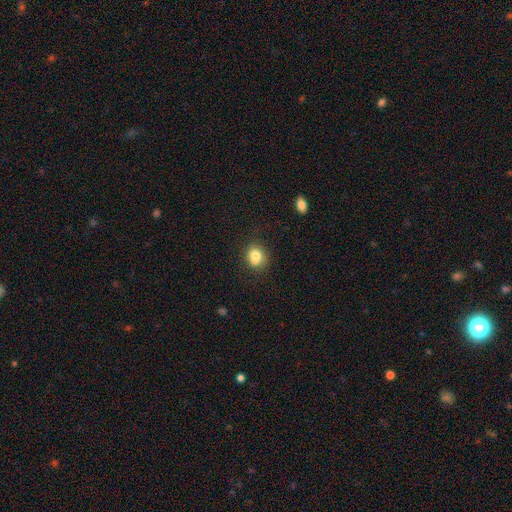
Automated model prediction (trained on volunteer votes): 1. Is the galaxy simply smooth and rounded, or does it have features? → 75% smooth, 15% featured or disk, 10% star or artifact.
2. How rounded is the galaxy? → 68% round, 31% in between, 1% cigar-shaped.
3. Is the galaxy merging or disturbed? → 50% none, 32% merger, 14% minor disturbance, 4% major disturbance.